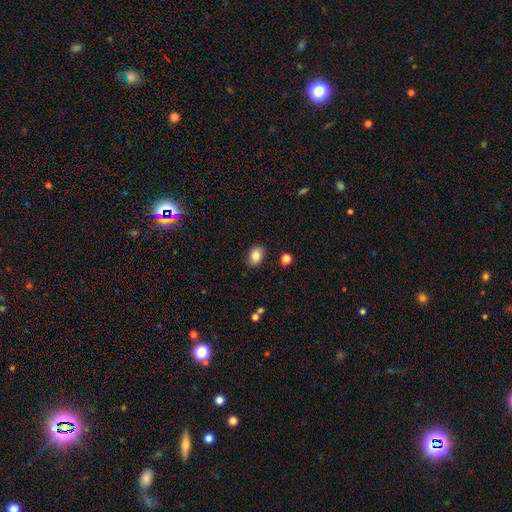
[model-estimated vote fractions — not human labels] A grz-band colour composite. It shows a smooth galaxy with no disk features (84%) that is in between round and cigar-shaped (79%). Merging: none (86%).